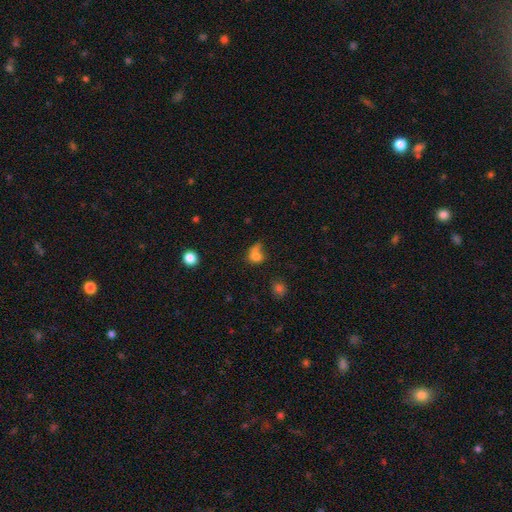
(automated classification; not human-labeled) A smooth galaxy with no disk features (74%) that is round (56%). Merging: merger (37%).